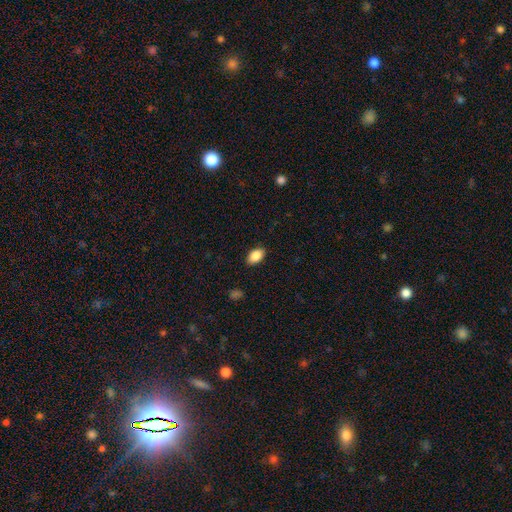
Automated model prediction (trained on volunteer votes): This appears to be a smooth galaxy with no disk features (88%) that is in between round and cigar-shaped (90%). Merging: none (88%).